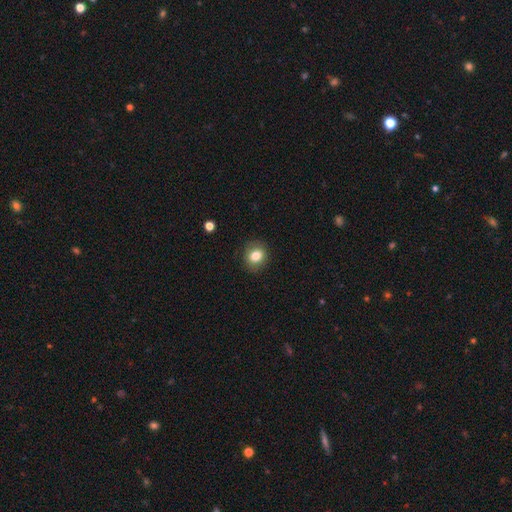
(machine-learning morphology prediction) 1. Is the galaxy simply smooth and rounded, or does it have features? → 81% smooth, 10% featured or disk, 9% star or artifact.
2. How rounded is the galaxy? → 66% round, 34% in between, 1% cigar-shaped.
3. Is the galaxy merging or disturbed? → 86% none, 10% minor disturbance, 3% major disturbance, 1% merger.